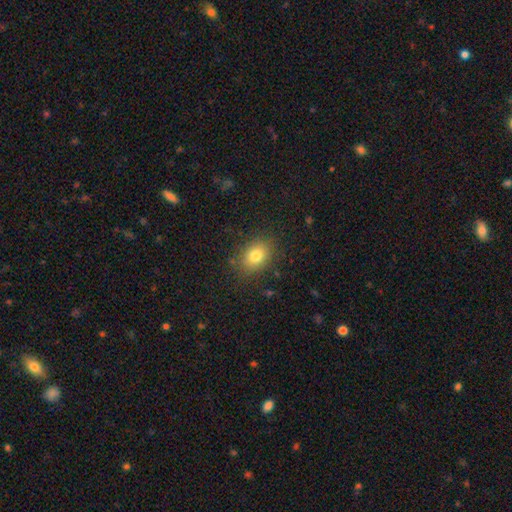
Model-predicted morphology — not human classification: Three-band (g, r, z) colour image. It shows a smooth galaxy with no disk features (80%) that is in between round and cigar-shaped (69%). Merging: none (84%).